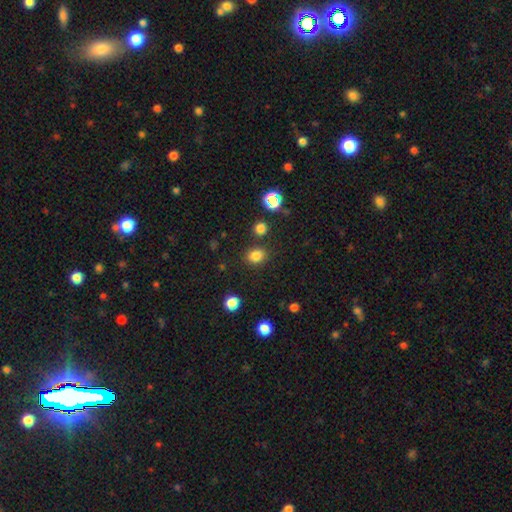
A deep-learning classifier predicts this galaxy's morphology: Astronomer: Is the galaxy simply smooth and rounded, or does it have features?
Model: smooth — 81%.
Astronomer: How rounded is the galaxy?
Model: round — 61% (runner-up: in between, 38%).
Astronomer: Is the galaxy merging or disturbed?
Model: none — 82%.